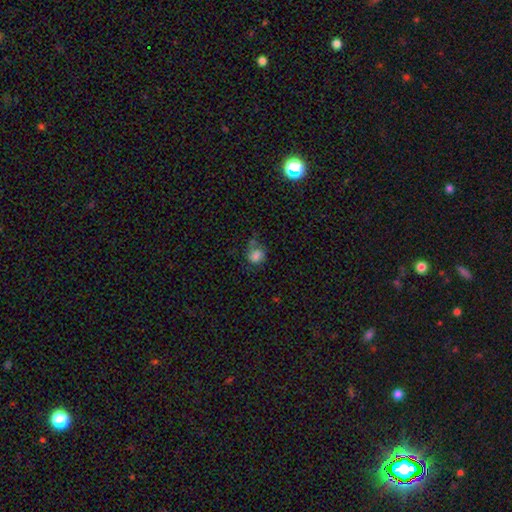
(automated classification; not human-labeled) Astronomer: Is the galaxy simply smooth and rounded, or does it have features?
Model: smooth — 75%.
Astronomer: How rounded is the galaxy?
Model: round — 61% (runner-up: in between, 38%).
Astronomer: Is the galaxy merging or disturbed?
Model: none — 44% (runner-up: minor disturbance, 29%).